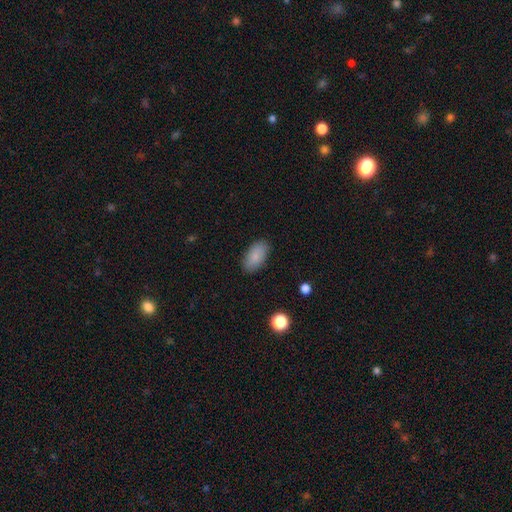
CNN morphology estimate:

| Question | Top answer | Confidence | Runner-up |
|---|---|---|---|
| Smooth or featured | smooth | 86% | featured or disk (7%) |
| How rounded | in between | 93% | cigar-shaped (4%) |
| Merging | none | 87% | minor disturbance (10%) |